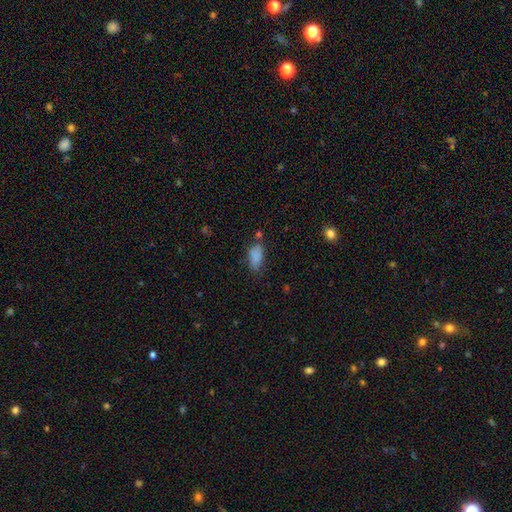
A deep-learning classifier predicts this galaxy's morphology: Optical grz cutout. It shows a smooth galaxy with no disk features (84%) that is in between round and cigar-shaped (89%). Merging: none (60%).